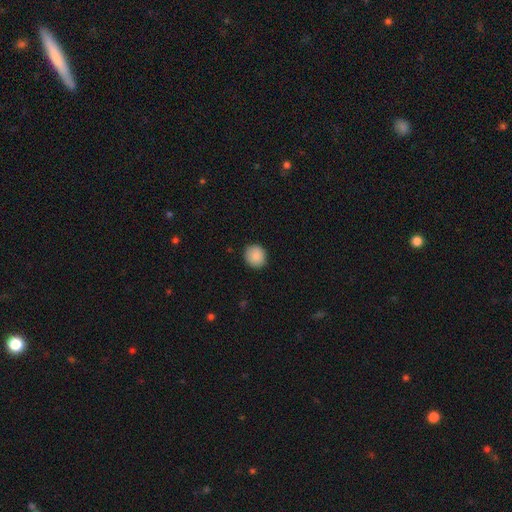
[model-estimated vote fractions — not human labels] Smooth or featured?
  - smooth: 89% *
  - star or artifact: 8%
  - featured or disk: 4%
How rounded?
  - round: 86% *
  - in between: 14%
  - cigar-shaped: 1%
Merging?
  - none: 90% *
  - minor disturbance: 7%
  - major disturbance: 2%
  - merger: 1%